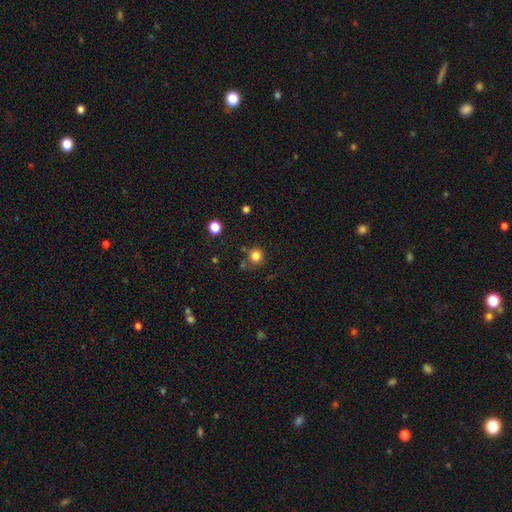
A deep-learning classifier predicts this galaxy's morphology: Overall: smooth (82%). How rounded: round (93%). Merging: none (78%).